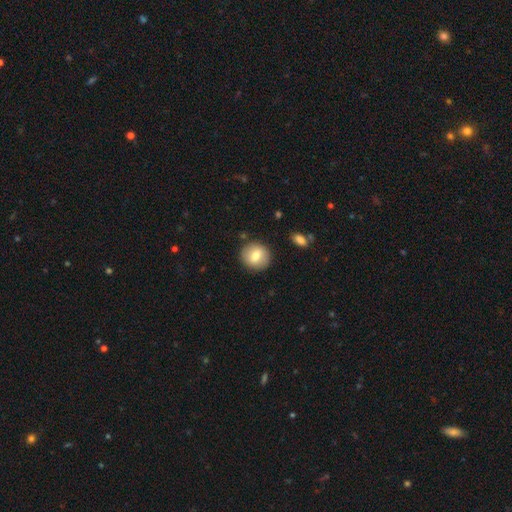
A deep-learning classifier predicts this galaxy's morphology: This appears to be a smooth galaxy with no disk features (75%) that is round (87%). Merging: none (88%).